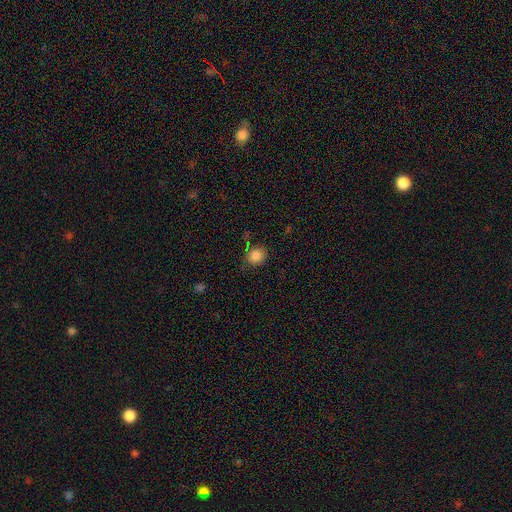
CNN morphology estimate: smooth 85%, star or artifact 11%, featured or disk 5%. Down the decision tree: how rounded — round (71%); merging — none (76%).